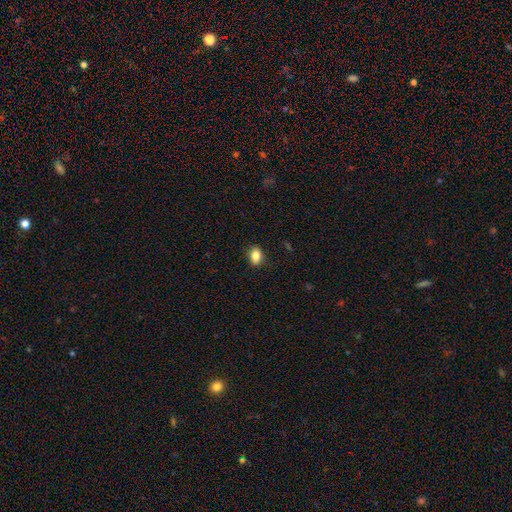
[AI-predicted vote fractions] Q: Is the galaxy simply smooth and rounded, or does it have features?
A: smooth — 84%.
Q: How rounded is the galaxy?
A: in between — 76%.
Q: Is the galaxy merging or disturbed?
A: none — 87%.